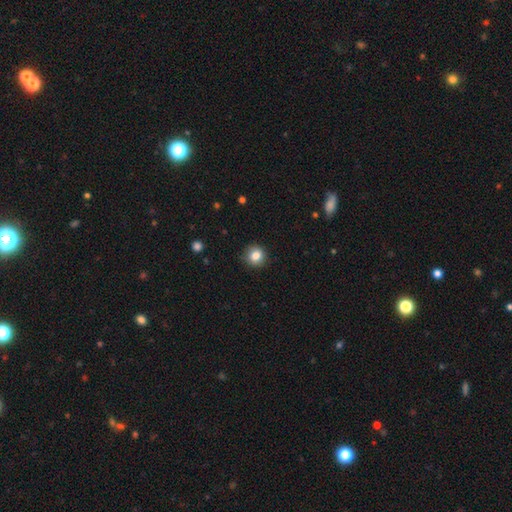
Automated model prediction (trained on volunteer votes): This is clearly a smooth galaxy (84%). How rounded: clearly round (91%). Merging: clearly none (89%).